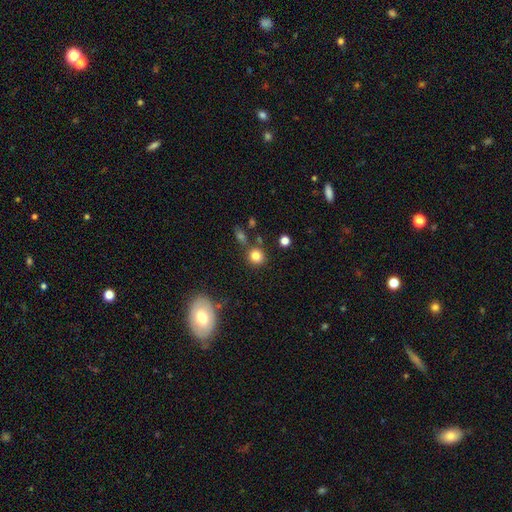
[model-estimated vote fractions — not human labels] This is clearly a smooth galaxy (80%). How rounded: clearly round (87%). Merging: likely none (77%).